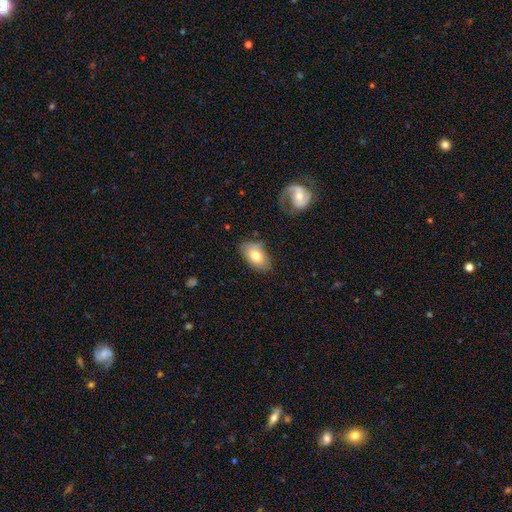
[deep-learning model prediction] smooth_or_featured: smooth (p=0.75) [alt: featured or disk p=0.18]
how_rounded: in between (p=0.92) [alt: round p=0.06]
merging: none (p=0.71) [alt: minor disturbance p=0.20]